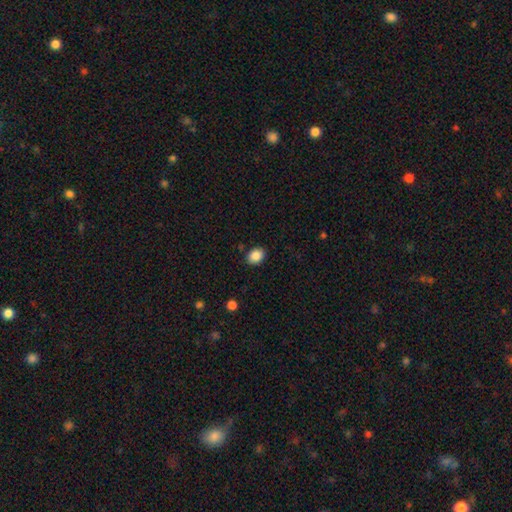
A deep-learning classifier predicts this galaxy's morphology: Smooth or featured?
  - smooth: 88% *
  - star or artifact: 9%
  - featured or disk: 4%
How rounded?
  - in between: 61% *
  - round: 38%
  - cigar-shaped: 1%
Merging?
  - none: 86% *
  - minor disturbance: 10%
  - major disturbance: 2%
  - merger: 2%